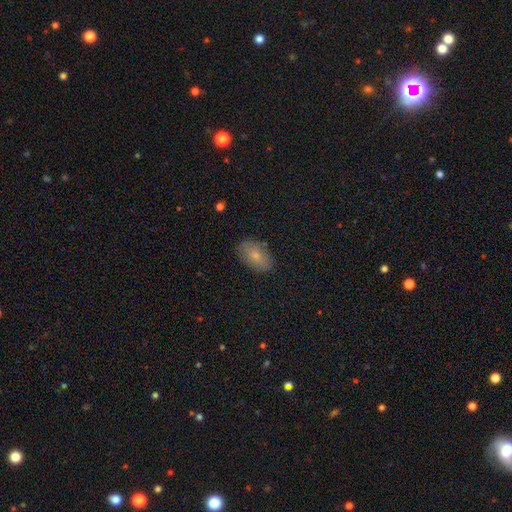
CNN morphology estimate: Q: Smooth or featured?
A: smooth (75%); runner-up: featured or disk (17%)
Q: How rounded?
A: in between (91%); runner-up: round (7%)
Q: Merging?
A: none (82%); runner-up: minor disturbance (13%)